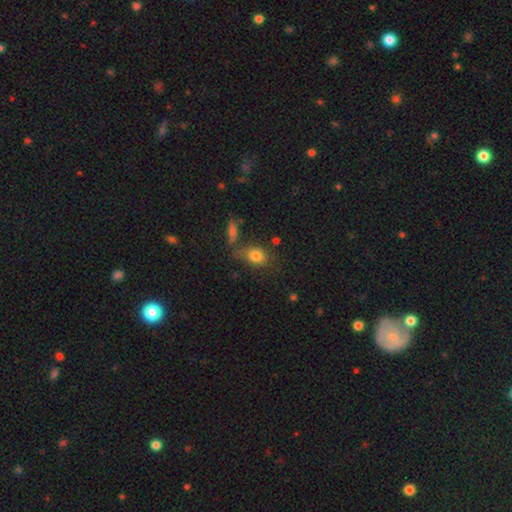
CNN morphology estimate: type=smooth (80%); roundness=in between (67%); merging=none (60%).